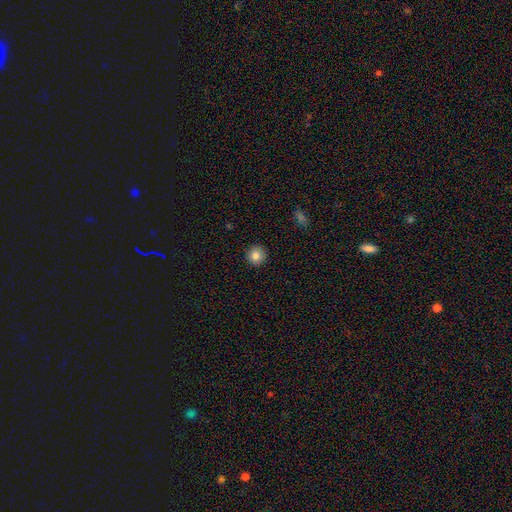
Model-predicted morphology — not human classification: This appears to be a smooth galaxy with no disk features (84%) that is round (95%). Merging: none (93%).